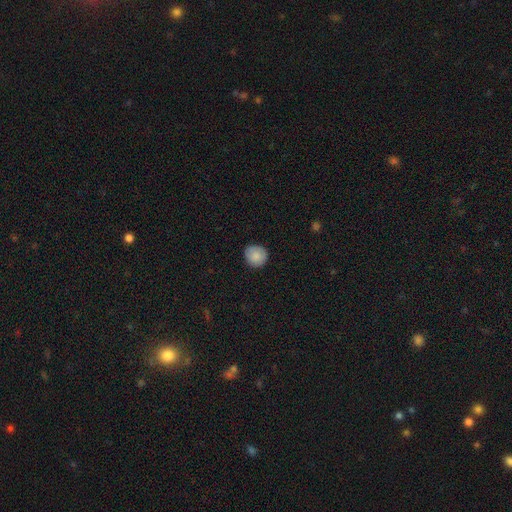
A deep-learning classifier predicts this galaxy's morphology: smooth_or_featured: smooth (p=0.86) [alt: star or artifact p=0.07]
how_rounded: round (p=0.90) [alt: in between p=0.09]
merging: none (p=0.86) [alt: minor disturbance p=0.11]